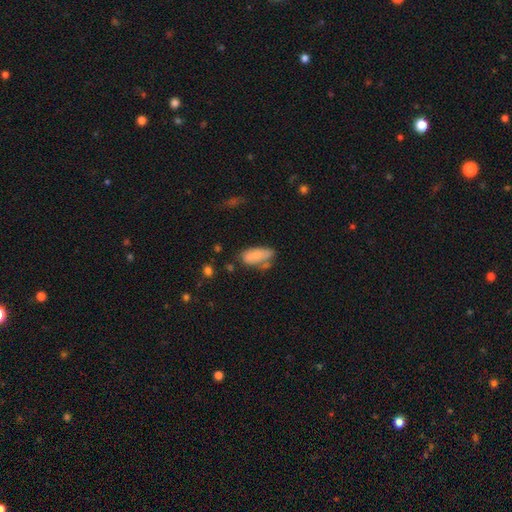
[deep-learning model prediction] The model was most divided on "merging": none: 47%, minor disturbance: 28%, merger: 13%, major disturbance: 12%. More confident: how rounded — in between (84%); smooth or featured — smooth (79%).